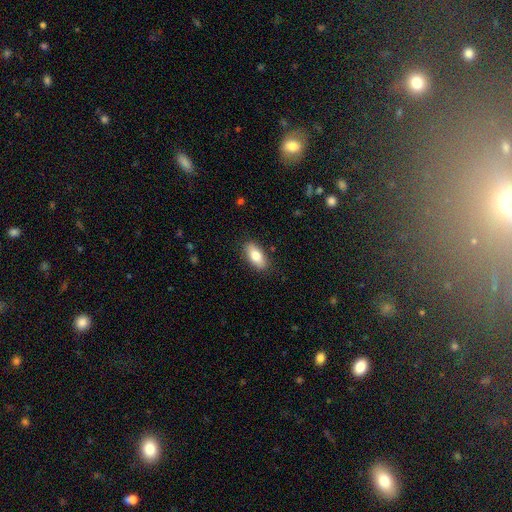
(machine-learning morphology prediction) Smooth or featured?
  - smooth: 80% *
  - featured or disk: 13%
  - star or artifact: 6%
How rounded?
  - in between: 88% *
  - cigar-shaped: 9%
  - round: 3%
Merging?
  - none: 86% *
  - minor disturbance: 11%
  - major disturbance: 2%
  - merger: 1%